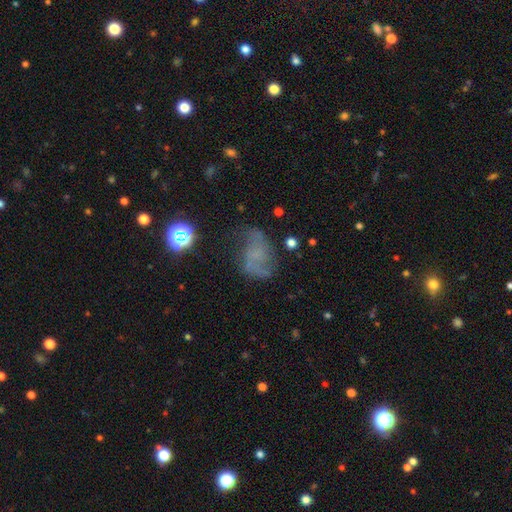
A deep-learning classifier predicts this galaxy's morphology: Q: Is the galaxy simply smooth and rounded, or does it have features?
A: featured or disk — 58%.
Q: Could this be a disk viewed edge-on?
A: no — 97%.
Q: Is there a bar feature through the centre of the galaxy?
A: no — 69%.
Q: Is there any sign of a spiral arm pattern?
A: yes — 79%.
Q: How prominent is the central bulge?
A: none — 64%.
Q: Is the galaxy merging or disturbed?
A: none — 51%.